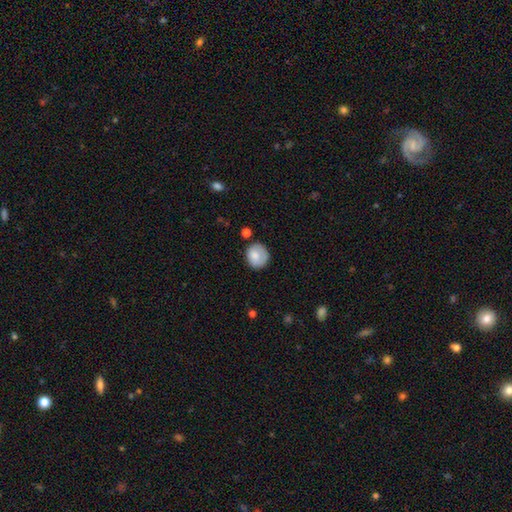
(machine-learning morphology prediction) smooth_or_featured: smooth (p=0.80) [alt: featured or disk p=0.13]
how_rounded: round (p=0.79) [alt: in between p=0.20]
merging: none (p=0.70) [alt: minor disturbance p=0.20]